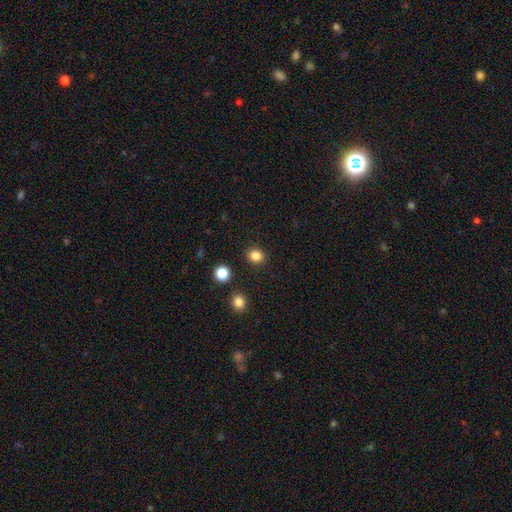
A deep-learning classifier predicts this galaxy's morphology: Smooth or featured?
  - smooth: 84% *
  - star or artifact: 12%
  - featured or disk: 4%
How rounded?
  - round: 69% *
  - in between: 31%
  - cigar-shaped: 1%
Merging?
  - none: 89% *
  - minor disturbance: 7%
  - major disturbance: 2%
  - merger: 2%